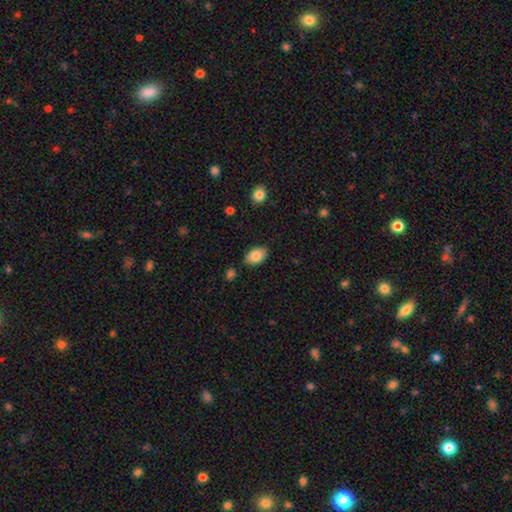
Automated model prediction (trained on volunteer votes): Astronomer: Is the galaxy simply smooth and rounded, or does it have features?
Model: smooth — 85%.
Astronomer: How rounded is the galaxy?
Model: in between — 91%.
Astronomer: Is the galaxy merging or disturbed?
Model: none — 83%.